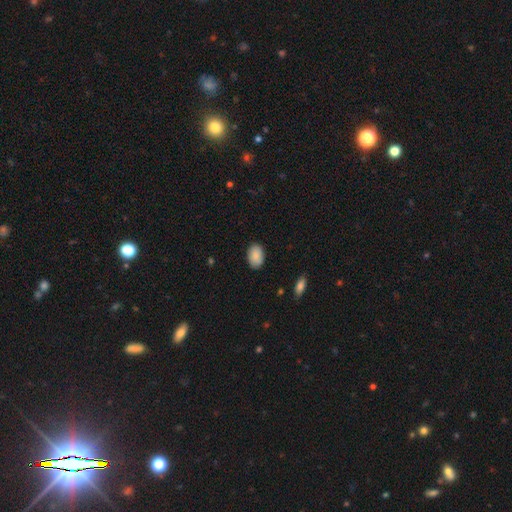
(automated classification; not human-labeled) Morphology: type=smooth (89%); roundness=in between (88%); merging=none (87%).